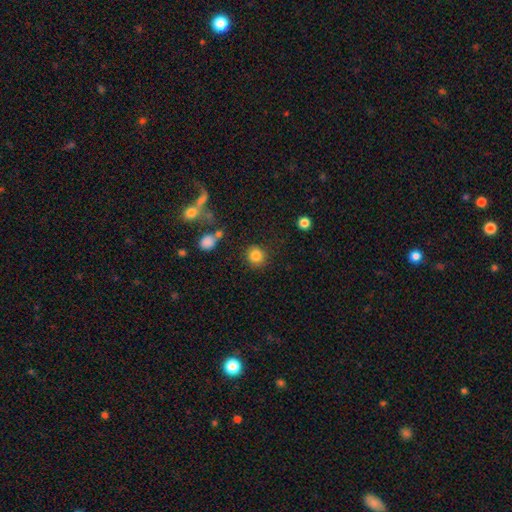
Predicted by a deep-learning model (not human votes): smooth 84%, star or artifact 11%, featured or disk 6%. Down the decision tree: how rounded — round (88%); merging — none (85%).